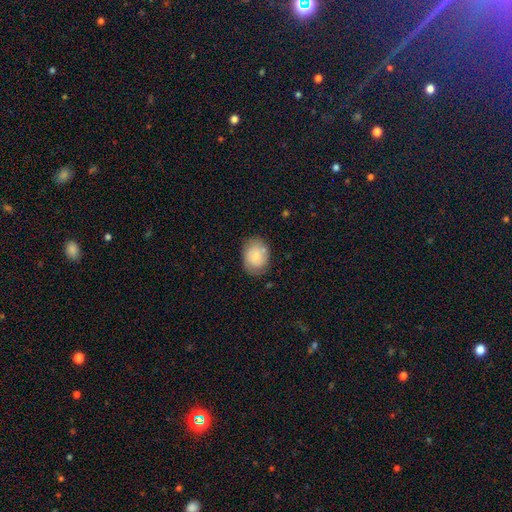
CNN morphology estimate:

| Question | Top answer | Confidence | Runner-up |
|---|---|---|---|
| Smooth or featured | smooth | 73% | featured or disk (20%) |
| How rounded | in between | 57% | round (42%) |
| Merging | none | 72% | minor disturbance (20%) |